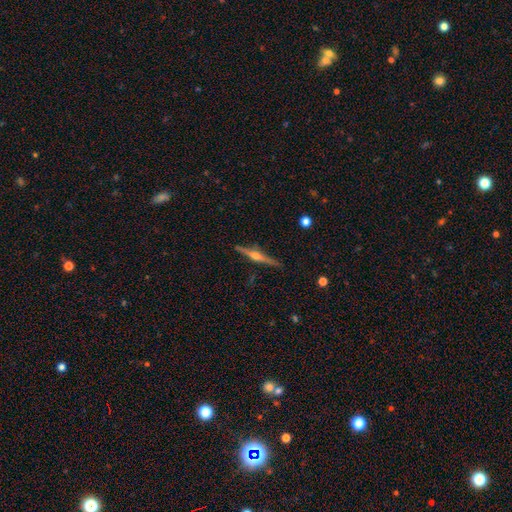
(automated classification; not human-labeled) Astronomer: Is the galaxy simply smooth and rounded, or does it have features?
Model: featured or disk — 80%.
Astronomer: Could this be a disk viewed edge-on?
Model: yes — 98%.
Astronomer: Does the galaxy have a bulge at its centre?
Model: rounded — 92%.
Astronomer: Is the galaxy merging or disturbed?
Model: none — 89%.